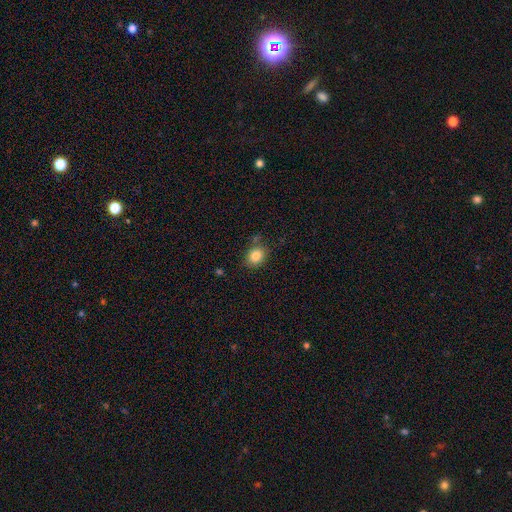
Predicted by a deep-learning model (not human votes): This is clearly a smooth galaxy (84%). How rounded: possibly round (59%). Merging: likely none (77%).